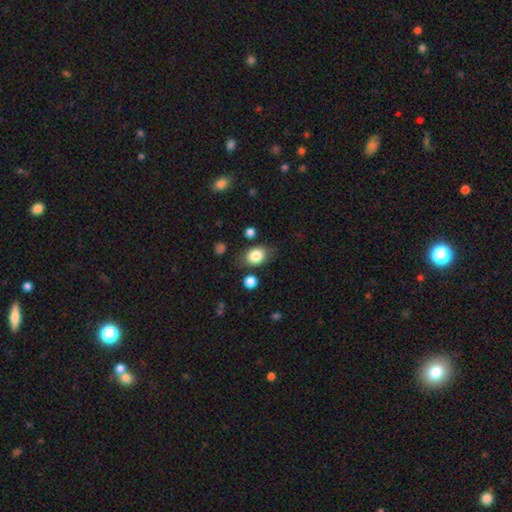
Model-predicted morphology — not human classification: type=smooth (83%); roundness=in between (61%); merging=none (76%).